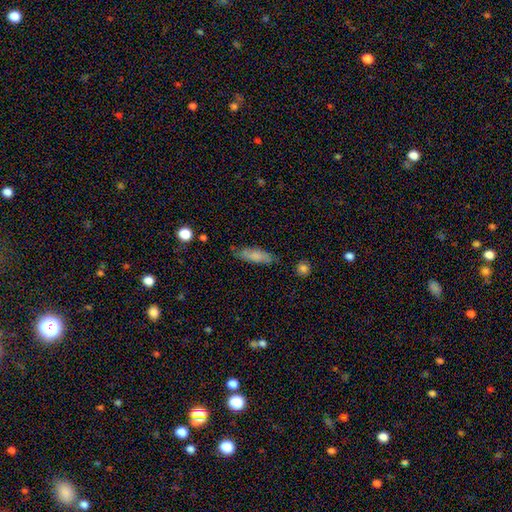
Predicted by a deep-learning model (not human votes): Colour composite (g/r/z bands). It shows a smooth galaxy with no disk features (77%) that is in between round and cigar-shaped (51%). Merging: none (75%).